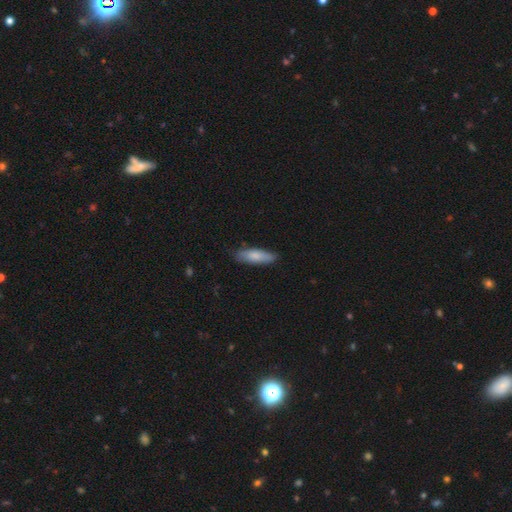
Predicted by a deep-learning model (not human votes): Smooth or featured: smooth — 80% (featured or disk — 15%)
How rounded: cigar-shaped — 56% (in between — 43%)
Merging: none — 81% (minor disturbance — 15%)